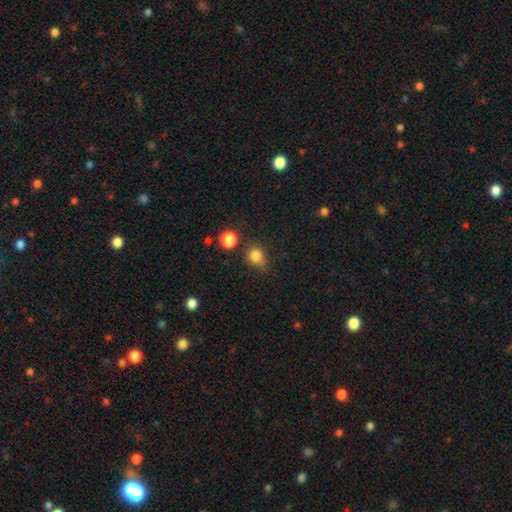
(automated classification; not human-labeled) This is clearly a smooth galaxy (82%). How rounded: clearly round (81%). Merging: likely none (65%).